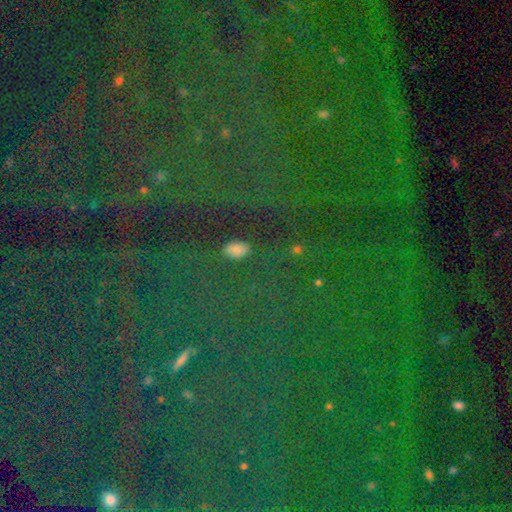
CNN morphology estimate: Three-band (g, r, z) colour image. It shows a star or artifact, not a galaxy (78%).